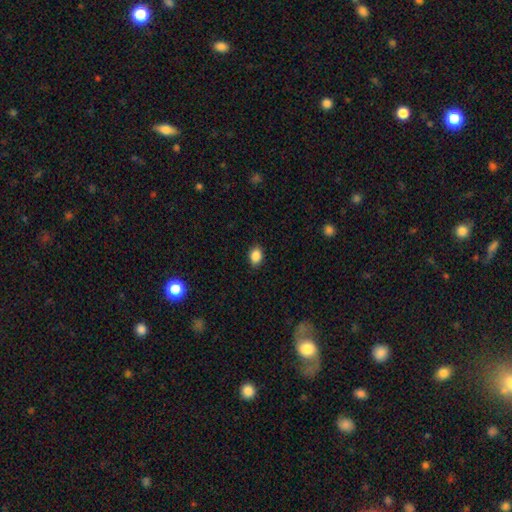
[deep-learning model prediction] This appears to be a smooth galaxy with no disk features (87%) that is in between round and cigar-shaped (70%). Merging: none (87%).